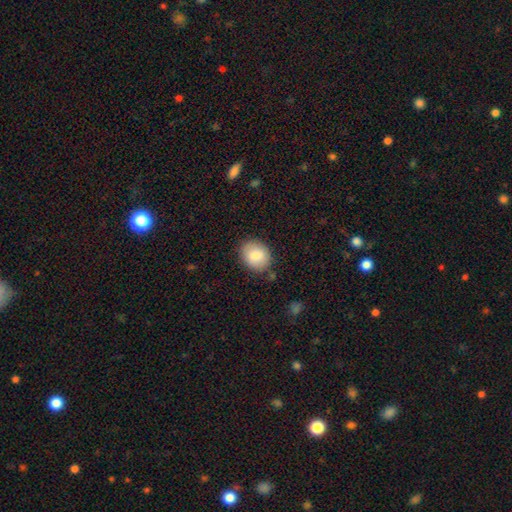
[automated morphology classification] Smooth or featured?
  - smooth: 84% *
  - featured or disk: 9%
  - star or artifact: 7%
How rounded?
  - round: 50% *
  - in between: 49%
  - cigar-shaped: 1%
Merging?
  - none: 82% *
  - minor disturbance: 13%
  - major disturbance: 3%
  - merger: 2%